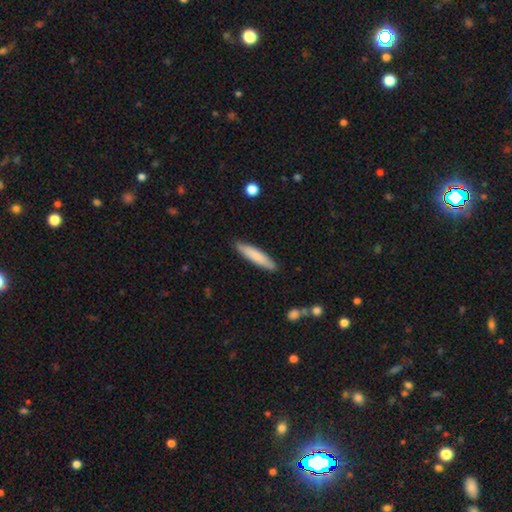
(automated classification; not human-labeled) Smooth or featured? smooth (78%)
How rounded? cigar-shaped (87%)
Merging? none (88%)